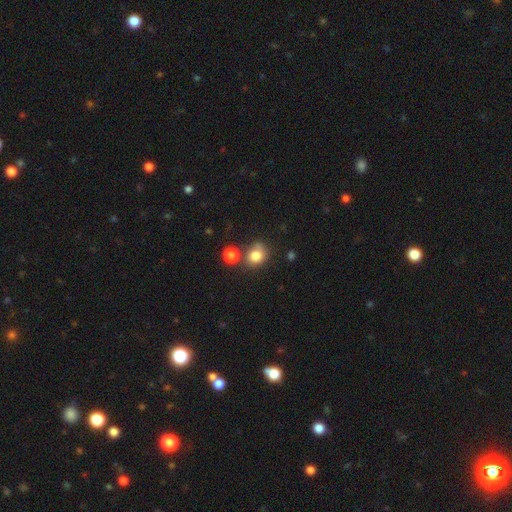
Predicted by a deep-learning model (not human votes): smooth 81%, star or artifact 11%, featured or disk 8%. Down the decision tree: how rounded — round (64%); merging — none (57%).